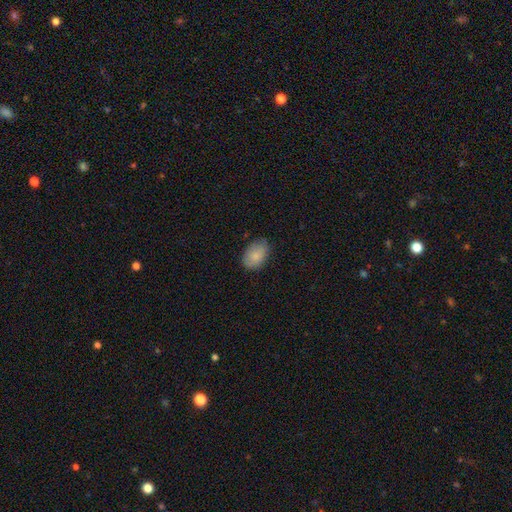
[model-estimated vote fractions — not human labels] A smooth galaxy with no disk features (84%) that is in between round and cigar-shaped (88%).

Vote fractions:
- Smooth or featured? smooth: 84% / featured or disk: 9% / star or artifact: 7%
- How rounded? in between: 88% / round: 11% / cigar-shaped: 1%
- Merging? none: 75% / minor disturbance: 20% / major disturbance: 3% / merger: 1%